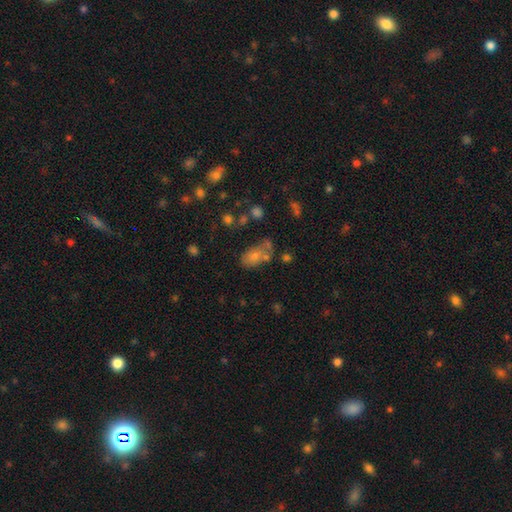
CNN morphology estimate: Overall: smooth (70%). How rounded: in between (87%). Merging: none (43%; merger 25%).